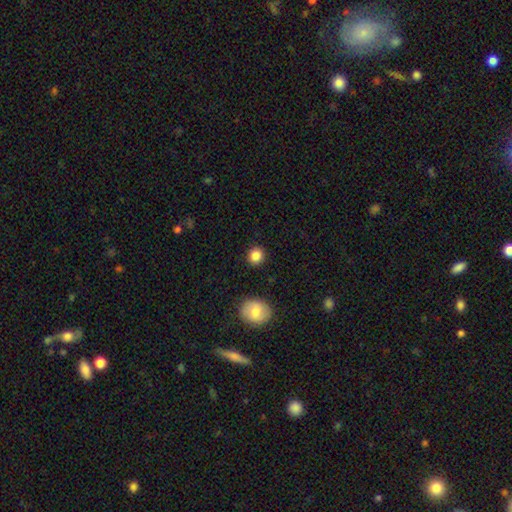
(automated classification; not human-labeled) Q: Smooth or featured?
A: smooth (86%); runner-up: star or artifact (10%)
Q: How rounded?
A: round (87%); runner-up: in between (12%)
Q: Merging?
A: none (90%); runner-up: minor disturbance (6%)